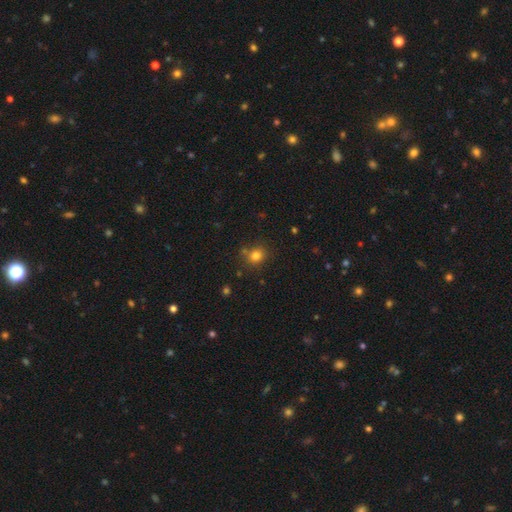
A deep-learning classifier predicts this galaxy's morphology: This appears to be a smooth galaxy with no disk features (80%) that is round (79%). Merging: none (78%).